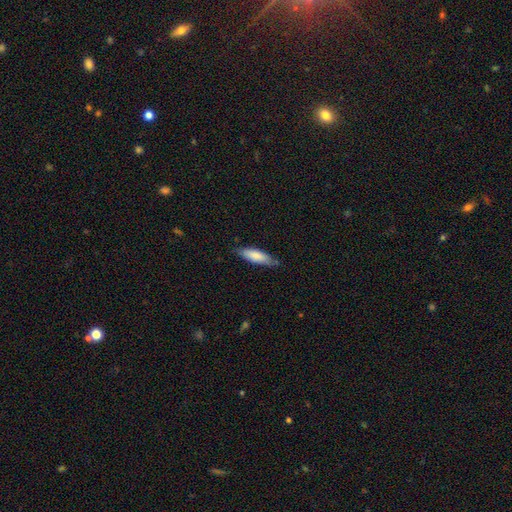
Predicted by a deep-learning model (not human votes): smooth 79%, featured or disk 16%, star or artifact 5%. Down the decision tree: how rounded — cigar-shaped (52%); merging — none (75%).